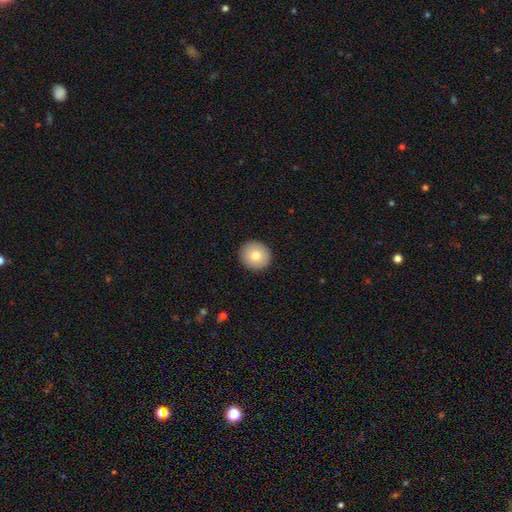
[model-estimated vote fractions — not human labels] Smooth or featured?
  - smooth: 78% *
  - featured or disk: 14%
  - star or artifact: 8%
How rounded?
  - round: 91% *
  - in between: 8%
  - cigar-shaped: 1%
Merging?
  - none: 92% *
  - minor disturbance: 5%
  - major disturbance: 2%
  - merger: 1%